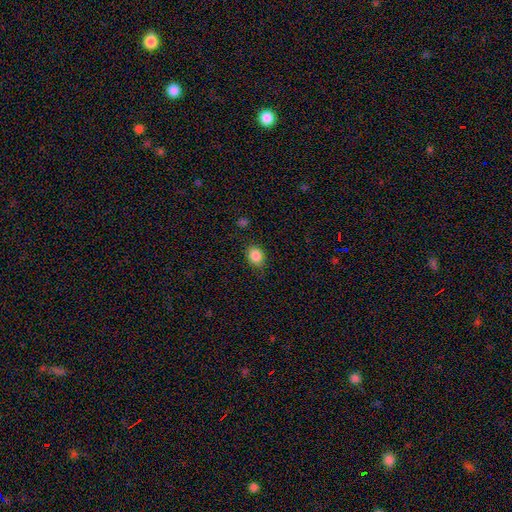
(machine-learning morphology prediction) Overall: smooth (86%). How rounded: round (60%; in between 39%). Merging: none (79%).